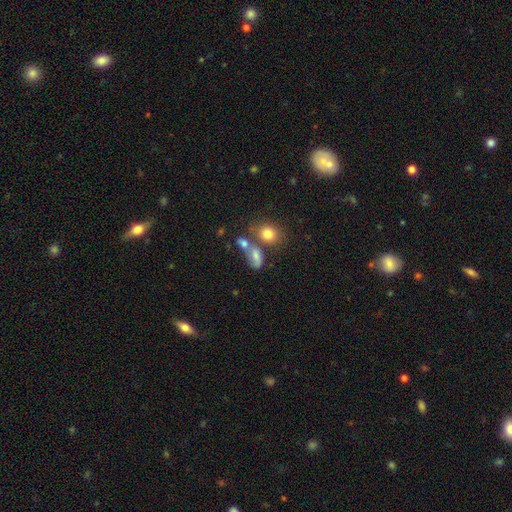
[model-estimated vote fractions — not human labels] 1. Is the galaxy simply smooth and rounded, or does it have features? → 69% smooth, 19% featured or disk, 13% star or artifact.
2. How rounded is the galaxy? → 77% in between, 18% round, 6% cigar-shaped.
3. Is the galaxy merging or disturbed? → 38% merger, 35% none, 16% minor disturbance, 10% major disturbance.